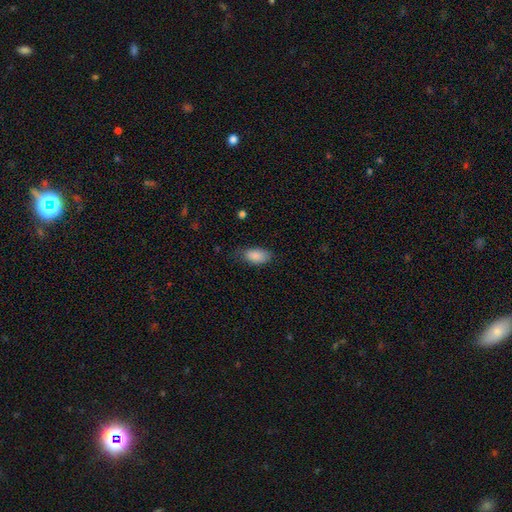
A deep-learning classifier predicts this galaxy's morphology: A smooth galaxy with no disk features (88%) that is in between round and cigar-shaped (92%). Merging: none (69%).